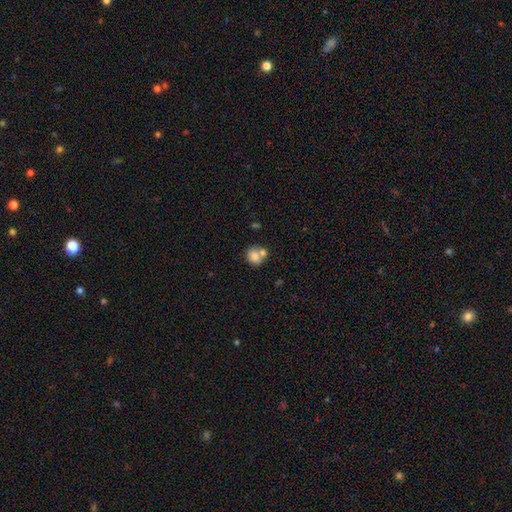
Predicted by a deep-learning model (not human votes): This is likely a smooth galaxy (79%). How rounded: likely round (73%). Merging: marginally none (43%).